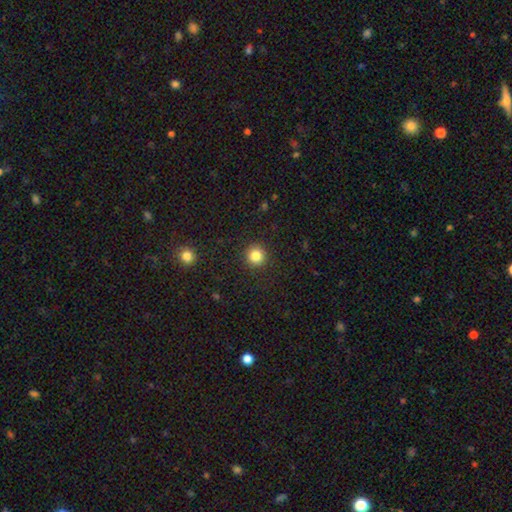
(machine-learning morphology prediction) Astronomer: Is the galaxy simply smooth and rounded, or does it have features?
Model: smooth — 84%.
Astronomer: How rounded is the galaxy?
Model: round — 95%.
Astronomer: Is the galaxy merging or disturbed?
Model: none — 92%.